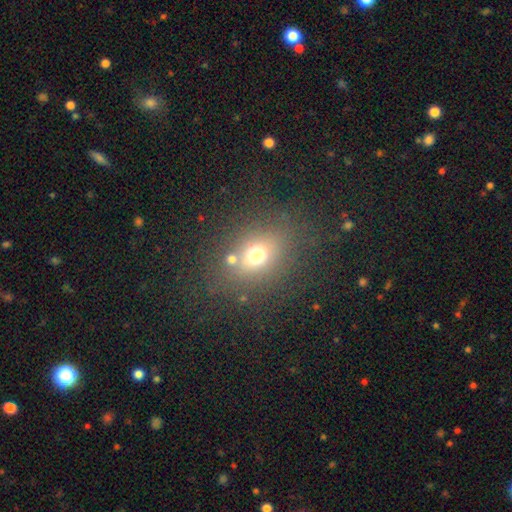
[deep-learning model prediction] Smooth or featured: smooth — 62% (star or artifact — 24%)
How rounded: in between — 49% (tied with round — 49%)
Merging: none — 75% (minor disturbance — 11%)